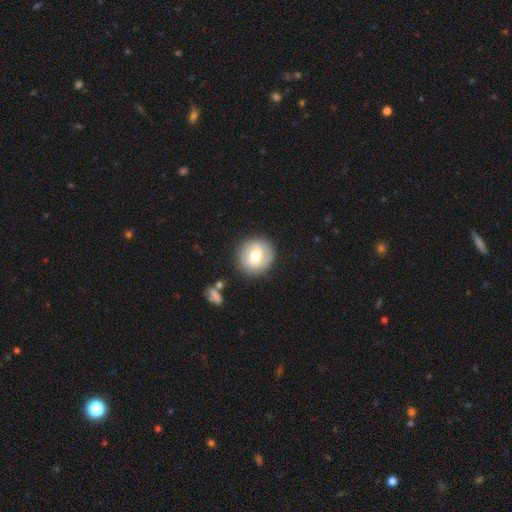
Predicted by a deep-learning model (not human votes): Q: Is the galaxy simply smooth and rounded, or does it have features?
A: smooth — 60%.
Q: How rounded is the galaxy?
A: round — 89%.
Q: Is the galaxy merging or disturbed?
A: none — 86%.